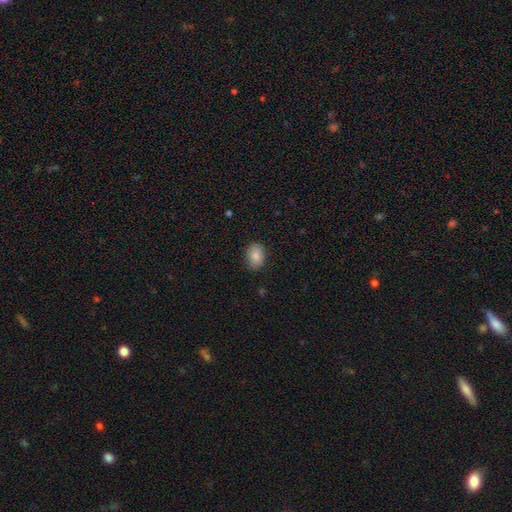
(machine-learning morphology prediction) Smooth or featured? smooth (86%)
How rounded? in between (75%)
Merging? none (86%)